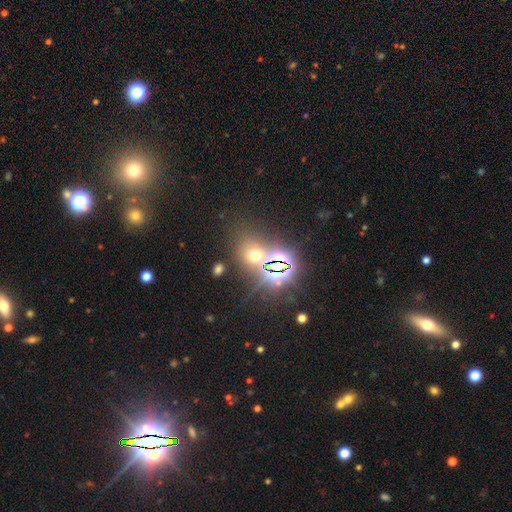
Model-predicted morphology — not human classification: Smooth or featured? star or artifact (48%)